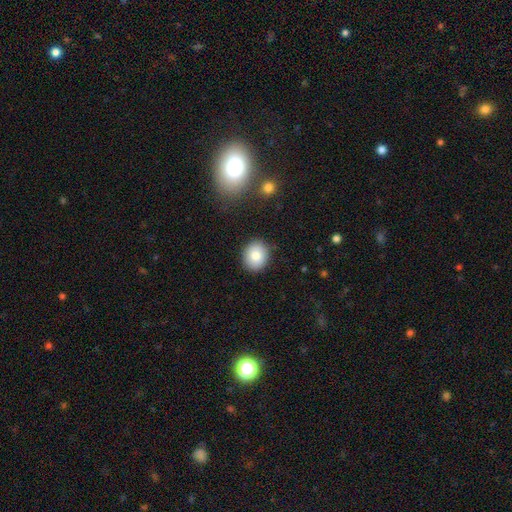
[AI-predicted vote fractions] Smooth or featured: smooth — 78% (featured or disk — 12%)
How rounded: round — 75% (in between — 24%)
Merging: none — 88% (minor disturbance — 8%)